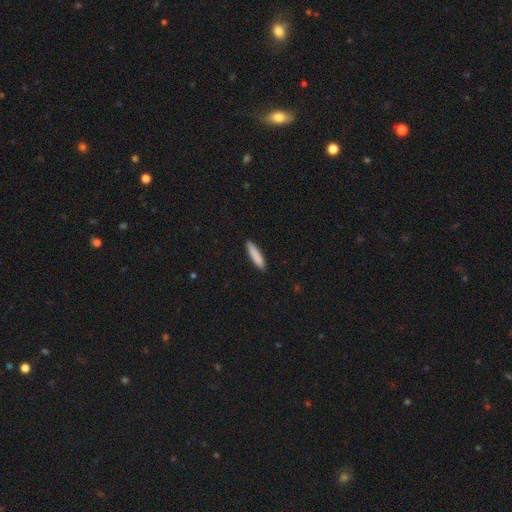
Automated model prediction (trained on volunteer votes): This is clearly a smooth galaxy (86%). How rounded: clearly cigar-shaped (85%). Merging: clearly none (90%).